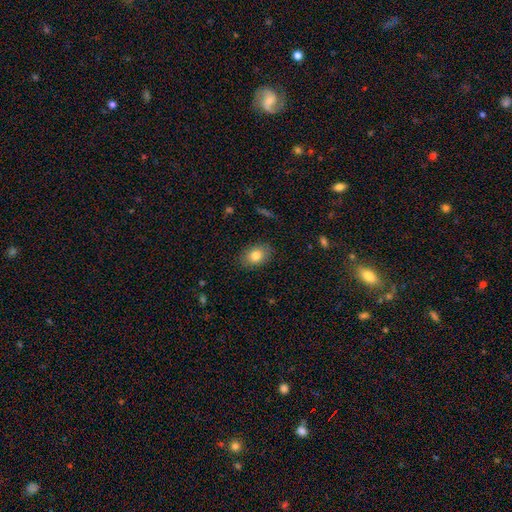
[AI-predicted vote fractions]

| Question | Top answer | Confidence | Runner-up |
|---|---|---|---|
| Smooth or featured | smooth | 80% | featured or disk (12%) |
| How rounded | in between | 79% | round (20%) |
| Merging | none | 86% | minor disturbance (11%) |